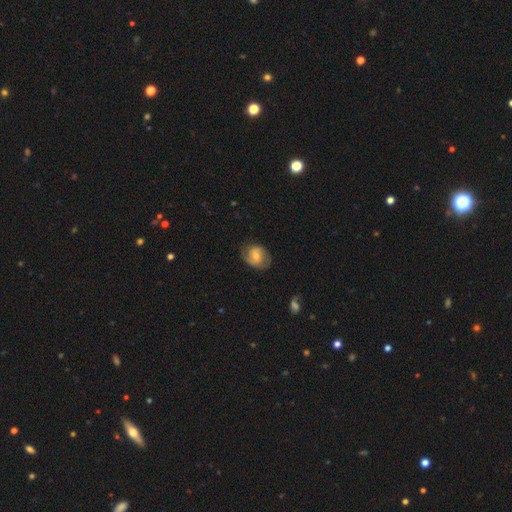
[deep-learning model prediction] A featured or disk galaxy (56%) with no bar (47%), spiral arms (84%) and a moderate central bulge (47%).

Vote fractions:
- Smooth or featured? featured or disk: 56% / smooth: 37% / star or artifact: 7%
- Edge-on disk? no: 97% / yes: 3%
- Bar? no: 47% / weak: 41% / strong: 12%
- Spiral arms? yes: 84% / no: 16%
- Bulge size? moderate: 47% / small: 44% / large: 4% / none: 4% / dominant: 1%
- Merging? none: 70% / minor disturbance: 21% / major disturbance: 8% / merger: 1%